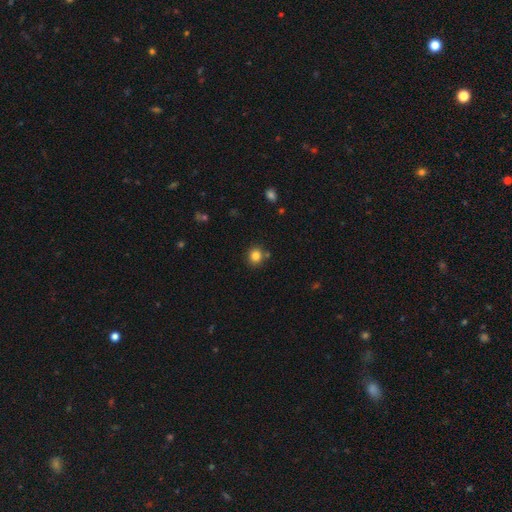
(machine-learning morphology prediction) Smooth or featured? smooth (83%)
How rounded? round (83%)
Merging? none (80%)